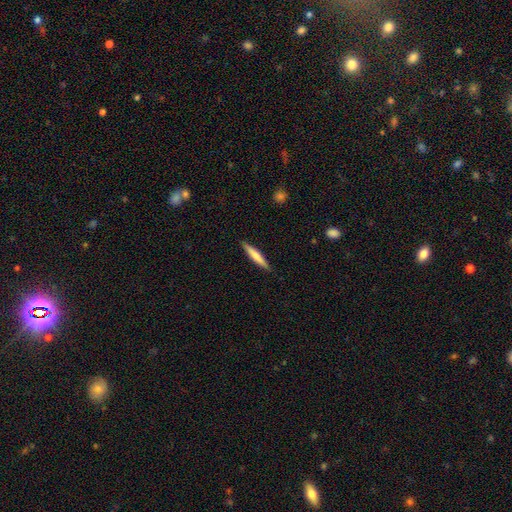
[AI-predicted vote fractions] The model was most divided on "smooth or featured": smooth: 66%, featured or disk: 29%, star or artifact: 5%. More confident: how rounded — cigar-shaped (94%); merging — none (90%).